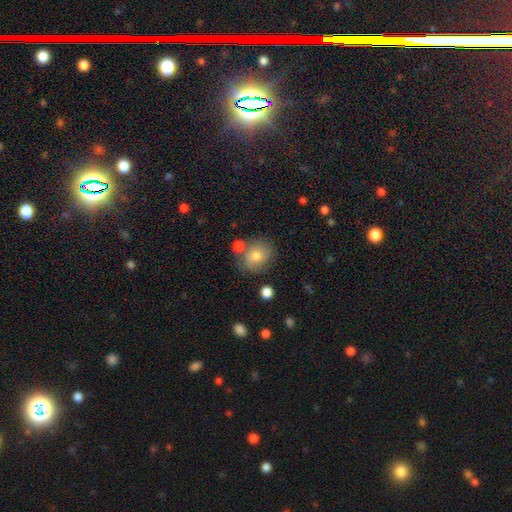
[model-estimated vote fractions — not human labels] smooth-or-featured: smooth: 66% | featured or disk: 24% | star or artifact: 11%
  how-rounded: round: 67% | in between: 32% | cigar-shaped: 1%
  merging: none: 70% | minor disturbance: 17% | merger: 8% | major disturbance: 6%